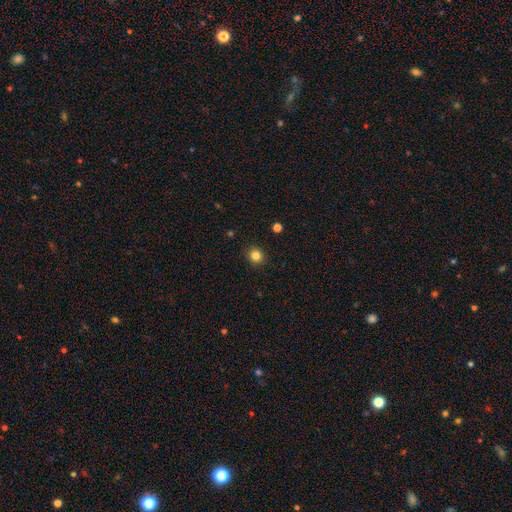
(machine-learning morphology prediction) Q: Smooth or featured?
A: smooth (83%); runner-up: star or artifact (12%)
Q: How rounded?
A: round (89%); runner-up: in between (10%)
Q: Merging?
A: none (91%); runner-up: minor disturbance (6%)